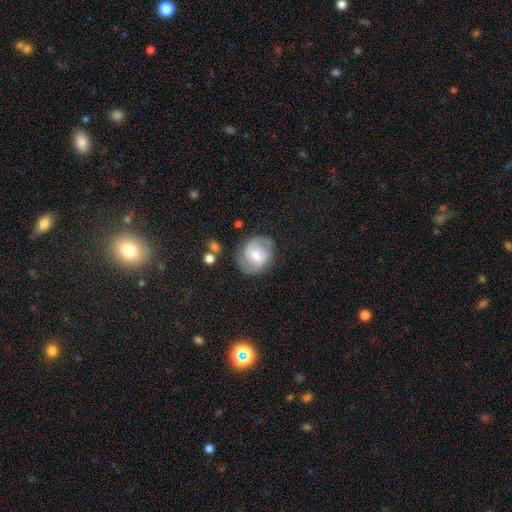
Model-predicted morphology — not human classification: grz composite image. It shows a featured or disk galaxy (62%) with a weak bar (45%), spiral arms (82%) and a moderate central bulge (57%). Merging: none (71%).